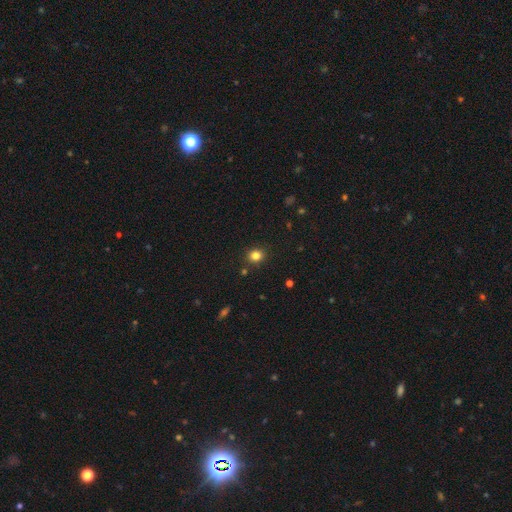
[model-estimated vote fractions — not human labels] smooth-or-featured: smooth: 82% | star or artifact: 13% | featured or disk: 5%
  how-rounded: round: 78% | in between: 21% | cigar-shaped: 1%
  merging: none: 88% | minor disturbance: 8% | merger: 2% | major disturbance: 2%